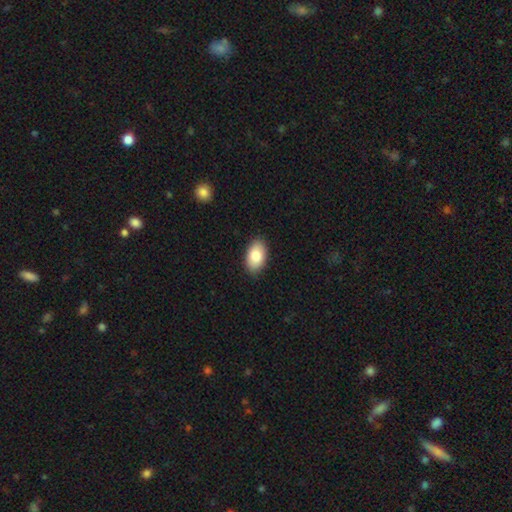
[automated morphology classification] smooth-or-featured: smooth: 84% | featured or disk: 9% | star or artifact: 6%
  how-rounded: in between: 94% | round: 4% | cigar-shaped: 1%
  merging: none: 89% | minor disturbance: 8% | major disturbance: 2% | merger: 1%